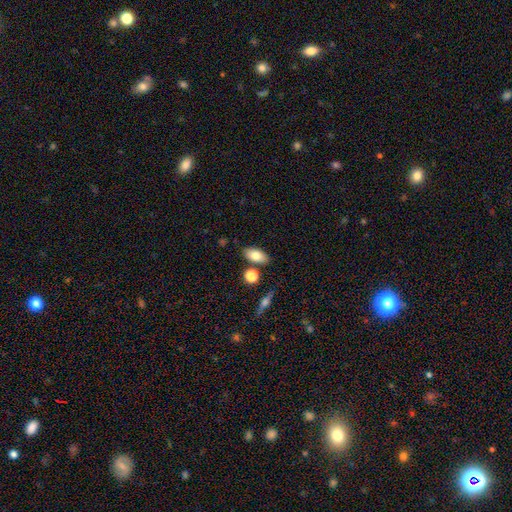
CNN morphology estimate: Smooth or featured? smooth (77%)
How rounded? in between (90%)
Merging? none (79%)